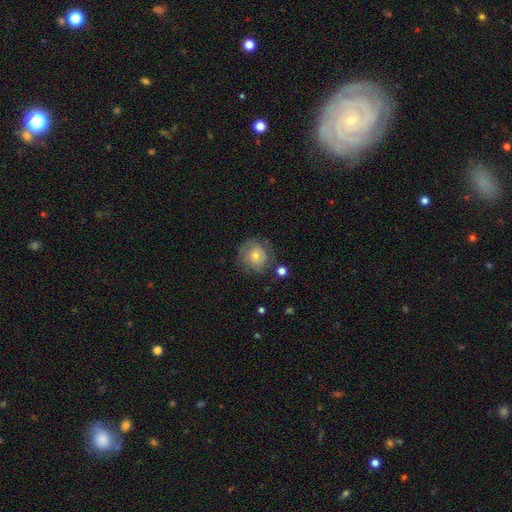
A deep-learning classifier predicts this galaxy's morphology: Smooth or featured?
  - smooth: 45% *
  - featured or disk: 44%
  - star or artifact: 11%
Merging?
  - none: 74% *
  - minor disturbance: 16%
  - major disturbance: 7%
  - merger: 3%